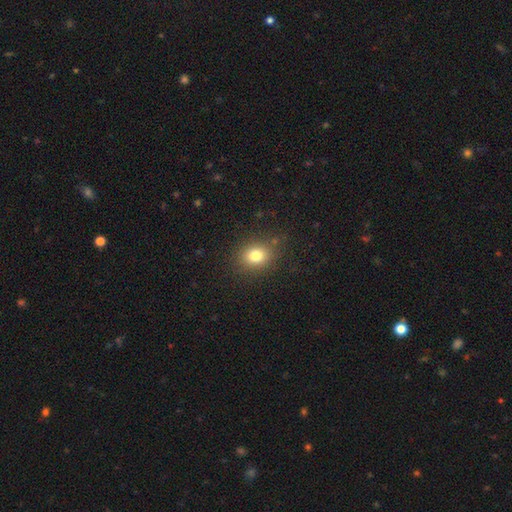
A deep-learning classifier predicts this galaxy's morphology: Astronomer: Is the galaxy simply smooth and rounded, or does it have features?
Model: smooth — 79%.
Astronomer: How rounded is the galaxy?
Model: round — 58% (runner-up: in between, 41%).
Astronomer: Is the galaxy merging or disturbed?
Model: none — 84%.